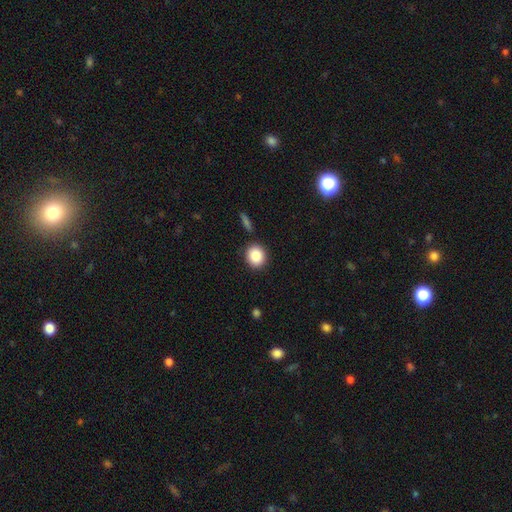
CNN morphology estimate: Smooth or featured?
  - smooth: 87% *
  - star or artifact: 8%
  - featured or disk: 5%
How rounded?
  - round: 74% *
  - in between: 24%
  - cigar-shaped: 1%
Merging?
  - none: 86% *
  - minor disturbance: 8%
  - merger: 3%
  - major disturbance: 2%